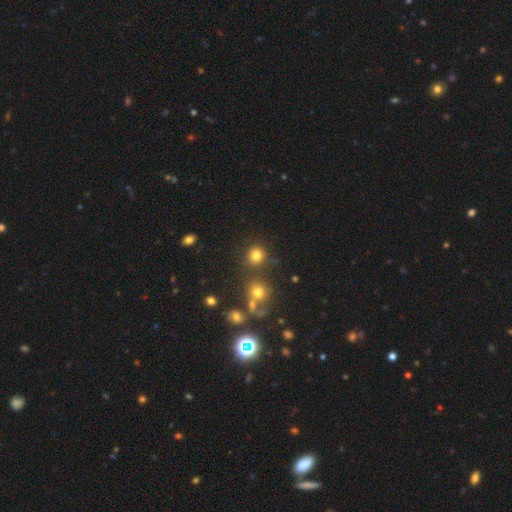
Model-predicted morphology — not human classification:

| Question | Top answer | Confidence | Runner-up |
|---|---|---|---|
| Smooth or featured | smooth | 78% | star or artifact (15%) |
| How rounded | round | 87% | in between (12%) |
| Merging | none | 71% | merger (13%) |